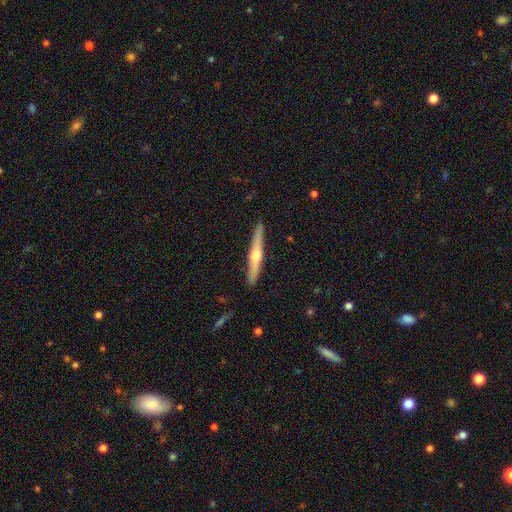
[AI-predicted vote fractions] The model was most divided on "smooth or featured": featured or disk: 65%, smooth: 30%, star or artifact: 5%. More confident: edge-on disk — yes (98%); merging — none (91%); edge-on bulge — rounded (91%).